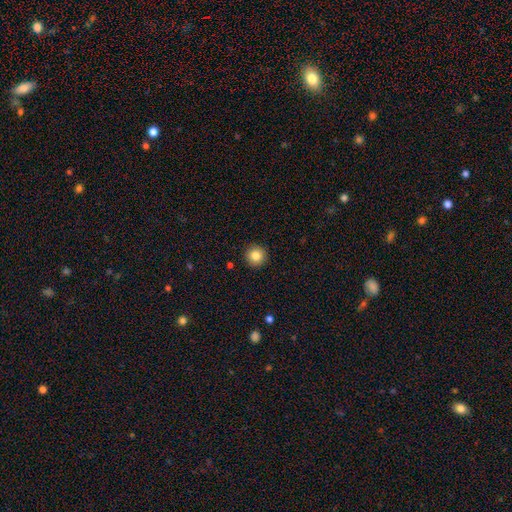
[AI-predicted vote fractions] Smooth or featured: smooth — 83% (star or artifact — 10%)
How rounded: round — 96% (in between — 3%)
Merging: none — 92% (minor disturbance — 5%)